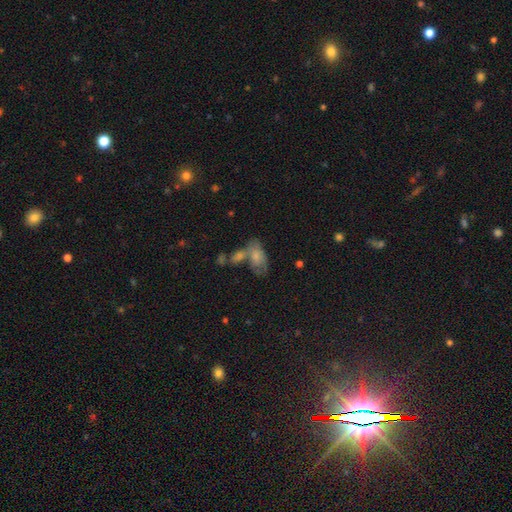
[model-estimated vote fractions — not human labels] Overall: smooth (70%). How rounded: in between (90%). Merging: merger (44%; none 30%).